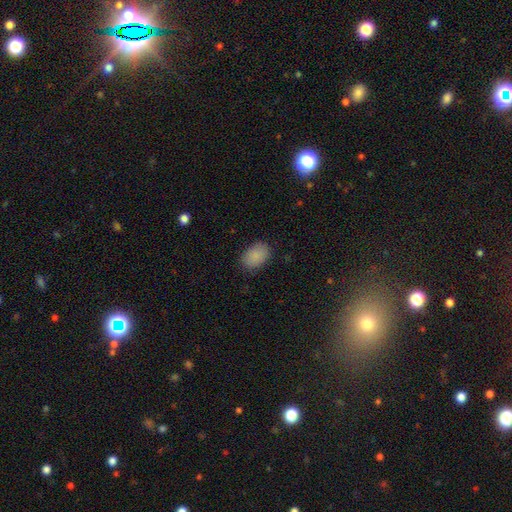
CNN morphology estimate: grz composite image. It shows a smooth galaxy with no disk features (89%) that is in between round and cigar-shaped (83%). Merging: none (84%).